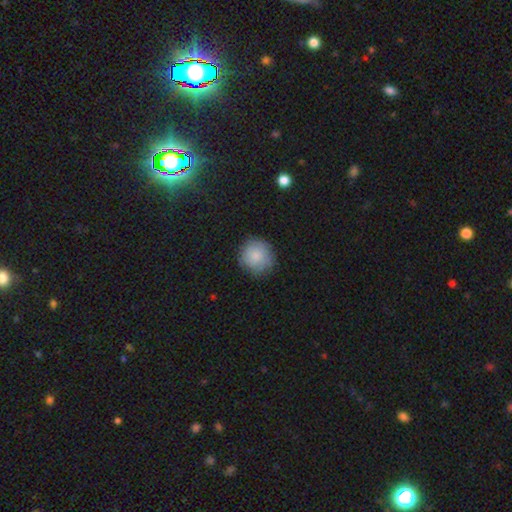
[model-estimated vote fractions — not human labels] Q: Smooth or featured?
A: smooth (80%); runner-up: featured or disk (12%)
Q: How rounded?
A: round (92%); runner-up: in between (7%)
Q: Merging?
A: none (79%); runner-up: minor disturbance (15%)